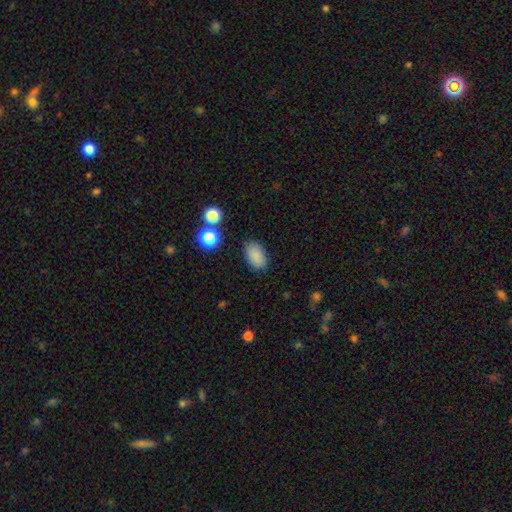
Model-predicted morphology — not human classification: This is clearly a smooth galaxy (85%). How rounded: clearly in between (90%). Merging: clearly none (82%).